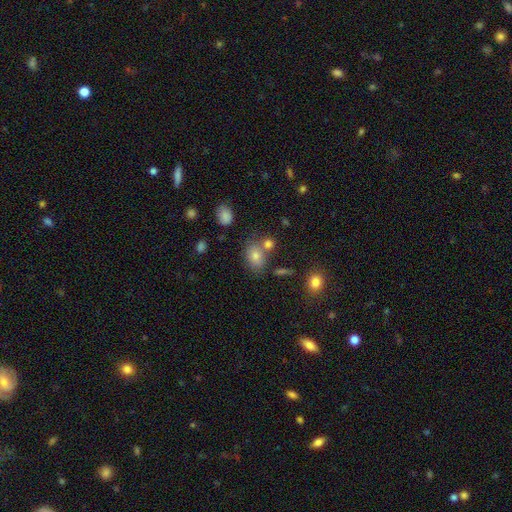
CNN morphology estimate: Q: Smooth or featured?
A: smooth (73%); runner-up: star or artifact (15%)
Q: How rounded?
A: in between (69%); runner-up: round (29%)
Q: Merging?
A: none (64%); runner-up: merger (17%)